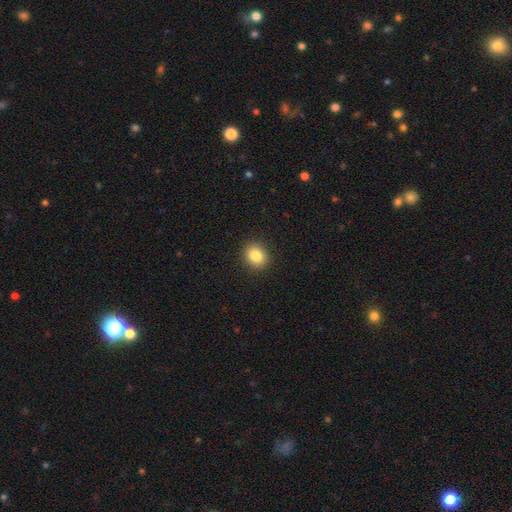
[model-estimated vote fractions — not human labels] A smooth galaxy with no disk features (84%) that is round (75%).

Vote fractions:
- Smooth or featured? smooth: 84% / star or artifact: 10% / featured or disk: 6%
- How rounded? round: 75% / in between: 24% / cigar-shaped: 1%
- Merging? none: 91% / minor disturbance: 6% / major disturbance: 2% / merger: 1%